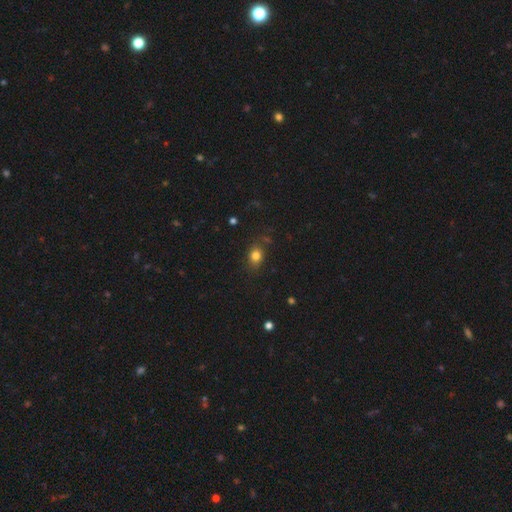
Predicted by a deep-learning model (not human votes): The model was most divided on "how rounded": in between: 53%, round: 45%, cigar-shaped: 2%. More confident: smooth or featured — smooth (80%); merging — none (78%).